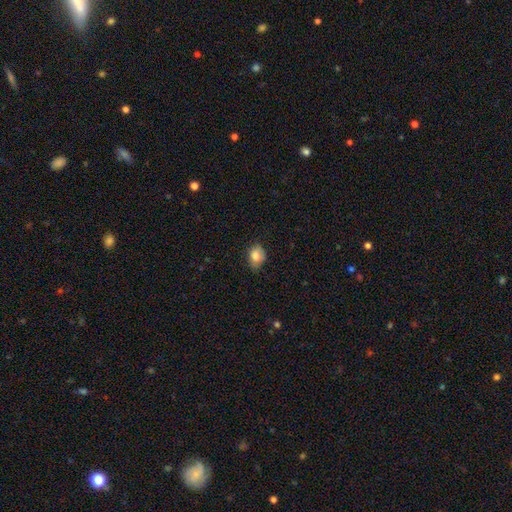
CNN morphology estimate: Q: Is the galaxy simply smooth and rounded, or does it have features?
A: smooth — 82%.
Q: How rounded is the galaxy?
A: in between — 60%.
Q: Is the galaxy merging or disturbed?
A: none — 63%.